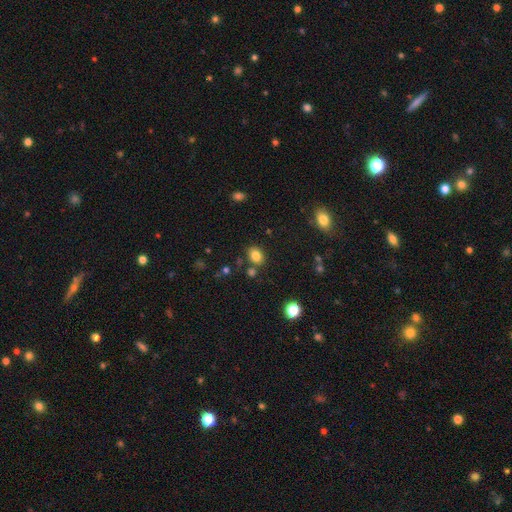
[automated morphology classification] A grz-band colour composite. It shows a smooth galaxy with no disk features (82%) that is in between round and cigar-shaped (61%). Merging: none (77%).